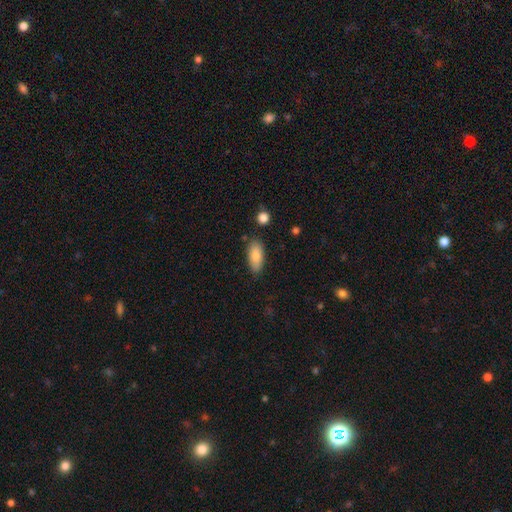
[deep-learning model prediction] A smooth galaxy with no disk features (85%) that is in between round and cigar-shaped (87%).

Vote fractions:
- Smooth or featured? smooth: 85% / featured or disk: 8% / star or artifact: 7%
- How rounded? in between: 87% / cigar-shaped: 11% / round: 2%
- Merging? none: 80% / minor disturbance: 14% / merger: 3% / major disturbance: 3%